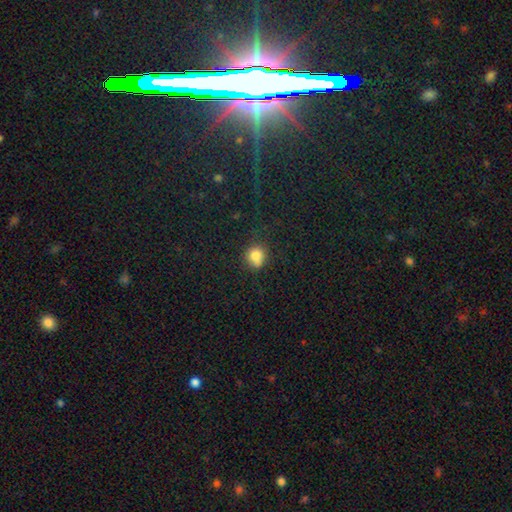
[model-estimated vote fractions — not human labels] Q: Smooth or featured?
A: smooth (78%); runner-up: star or artifact (12%)
Q: How rounded?
A: round (79%); runner-up: in between (20%)
Q: Merging?
A: none (57%); runner-up: minor disturbance (20%)